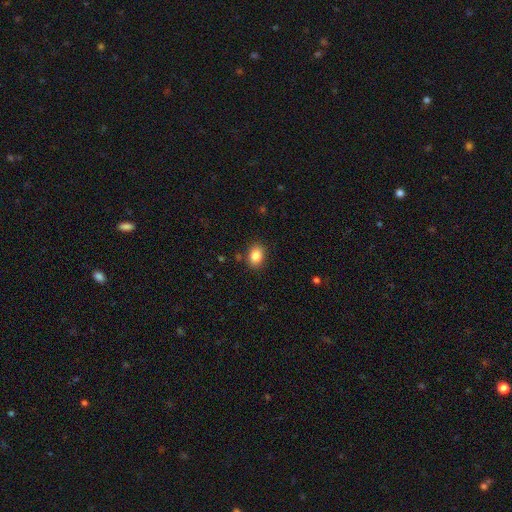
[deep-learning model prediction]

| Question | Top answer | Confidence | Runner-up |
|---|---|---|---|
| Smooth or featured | smooth | 86% | star or artifact (9%) |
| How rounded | in between | 72% | round (27%) |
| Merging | none | 85% | minor disturbance (10%) |